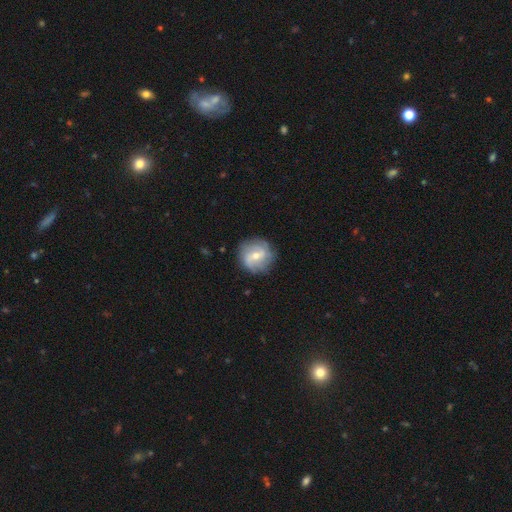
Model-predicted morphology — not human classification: A featured or disk galaxy (67%) with a weak bar (52%), 2 (49%) medium (38%) spiral arms (83%) and a moderate central bulge (50%). Merging: none (81%).